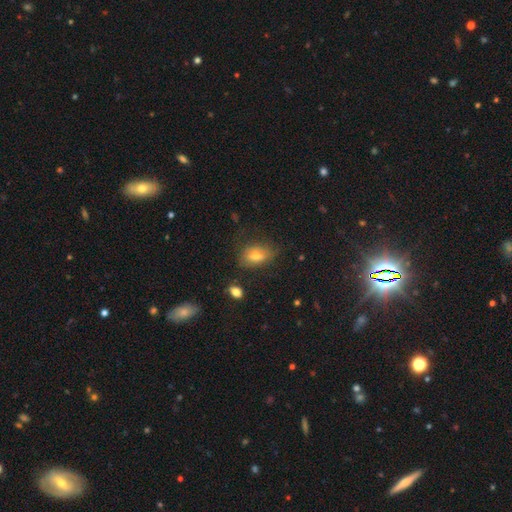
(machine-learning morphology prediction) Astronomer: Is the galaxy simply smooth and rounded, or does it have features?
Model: smooth — 69%.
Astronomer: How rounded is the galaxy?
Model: in between — 83%.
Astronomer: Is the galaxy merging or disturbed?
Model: none — 67%.